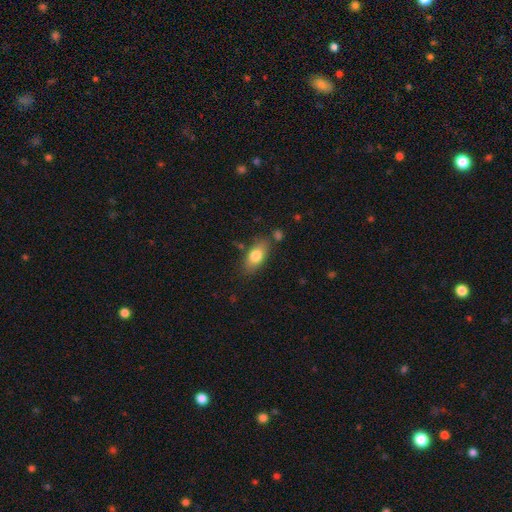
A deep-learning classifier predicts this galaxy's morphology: This is likely a smooth galaxy (79%). How rounded: clearly in between (87%). Merging: likely none (76%).